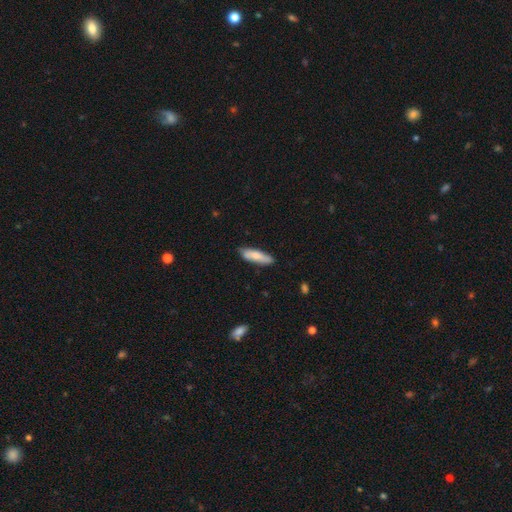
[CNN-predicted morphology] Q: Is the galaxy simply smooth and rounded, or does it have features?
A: smooth — 76%.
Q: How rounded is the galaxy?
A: cigar-shaped — 65%.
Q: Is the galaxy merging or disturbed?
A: none — 80%.